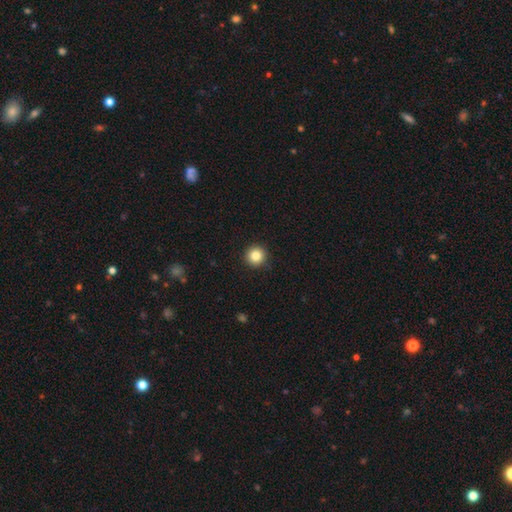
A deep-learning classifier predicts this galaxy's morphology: type=smooth (84%); roundness=round (95%); merging=none (93%).